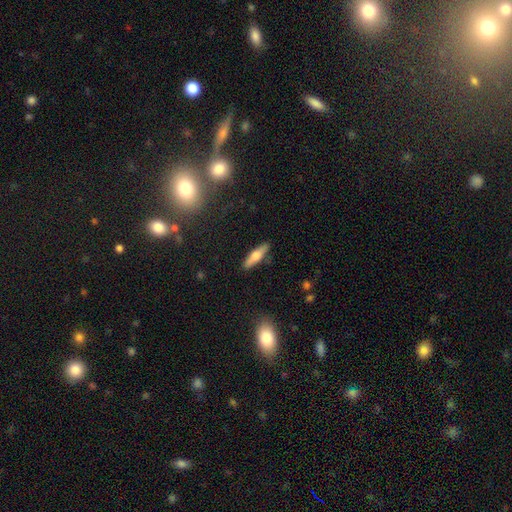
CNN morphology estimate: This is possibly a smooth galaxy (53%). How rounded: likely cigar-shaped (73%). Merging: clearly none (88%).